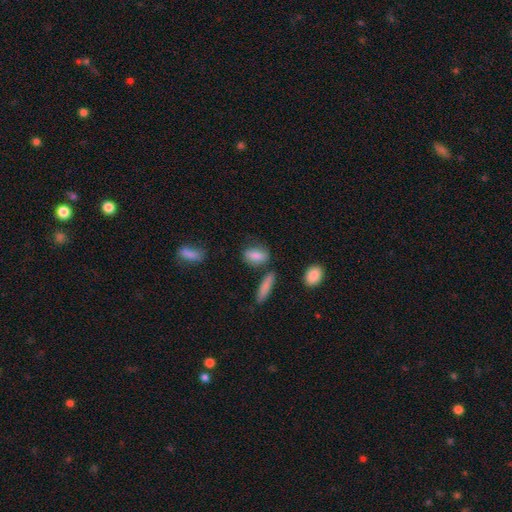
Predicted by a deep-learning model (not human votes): Q: Smooth or featured?
A: smooth (82%); runner-up: featured or disk (10%)
Q: How rounded?
A: in between (79%); runner-up: cigar-shaped (11%)
Q: Merging?
A: none (68%); runner-up: minor disturbance (18%)